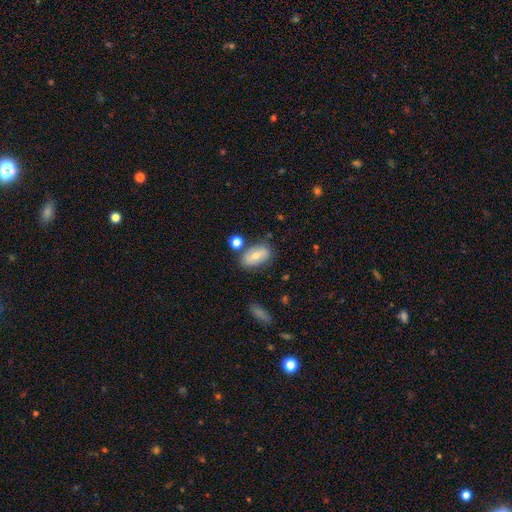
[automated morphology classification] This is likely a smooth galaxy (63%). How rounded: clearly in between (89%). Merging: likely none (72%).